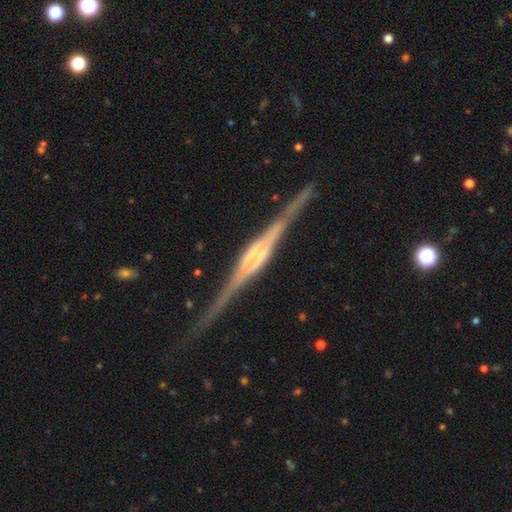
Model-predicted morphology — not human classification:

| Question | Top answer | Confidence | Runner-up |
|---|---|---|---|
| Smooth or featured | featured or disk | 88% | smooth (6%) |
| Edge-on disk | yes | 98% | no (2%) |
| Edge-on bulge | boxy | 50% | rounded (43%) |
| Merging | none | 84% | minor disturbance (12%) |